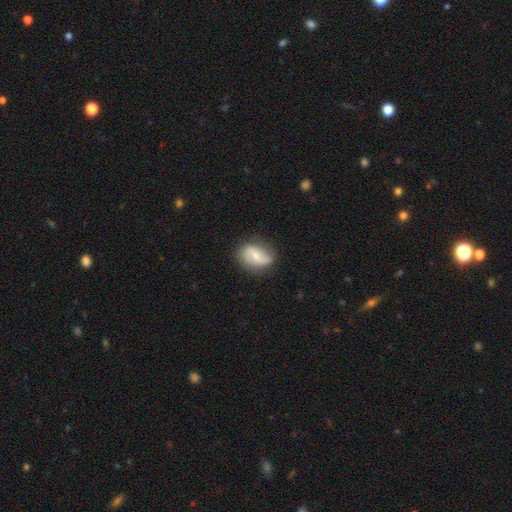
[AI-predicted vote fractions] This is possibly a featured or disk galaxy (54%). It is clearly not viewed edge-on (96%). Bar: possibly weak (46%). Spiral arm pattern: clearly yes (83%). Central bulge: possibly small (51%). Merging: likely none (71%).